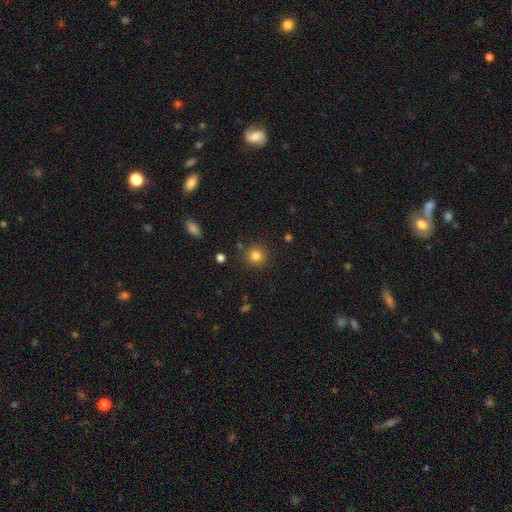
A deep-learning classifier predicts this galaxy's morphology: A smooth galaxy with no disk features (82%) that is round (93%). Merging: none (87%).